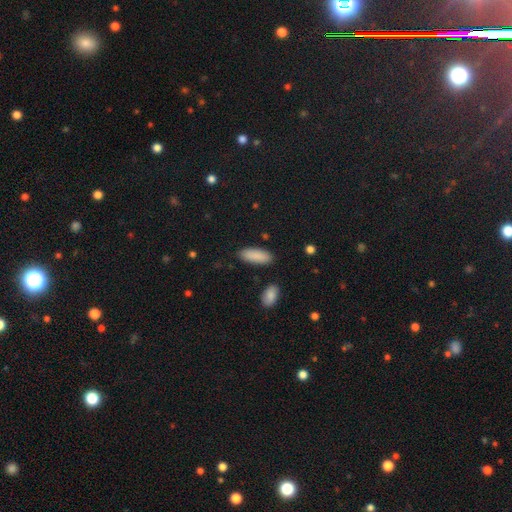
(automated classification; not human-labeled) A smooth galaxy with no disk features (89%) that is in between round and cigar-shaped (75%).

Vote fractions:
- Smooth or featured? smooth: 89% / star or artifact: 6% / featured or disk: 5%
- How rounded? in between: 75% / cigar-shaped: 23% / round: 2%
- Merging? none: 86% / minor disturbance: 9% / major disturbance: 2% / merger: 2%